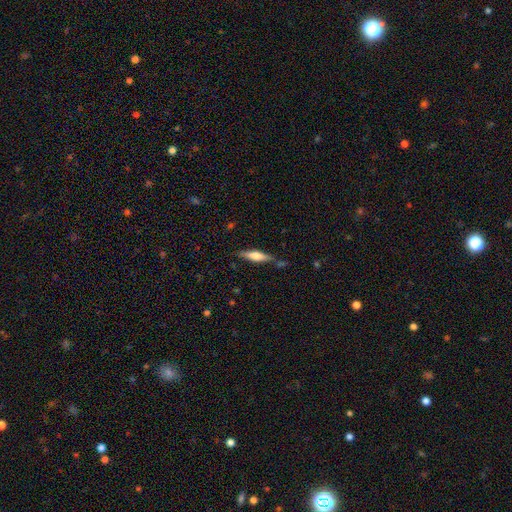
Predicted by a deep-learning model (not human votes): Q: Smooth or featured?
A: featured or disk (50%); runner-up: smooth (44%)
Q: Merging?
A: none (74%); runner-up: minor disturbance (16%)